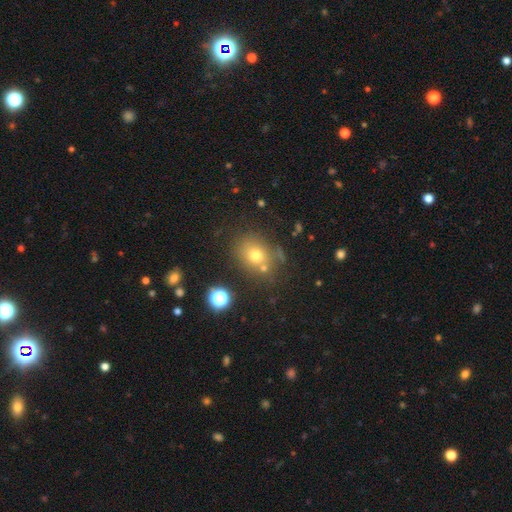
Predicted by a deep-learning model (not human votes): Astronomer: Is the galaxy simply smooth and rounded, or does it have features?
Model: smooth — 67%.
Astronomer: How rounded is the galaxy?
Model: round — 64%.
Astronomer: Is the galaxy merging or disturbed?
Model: none — 70%.